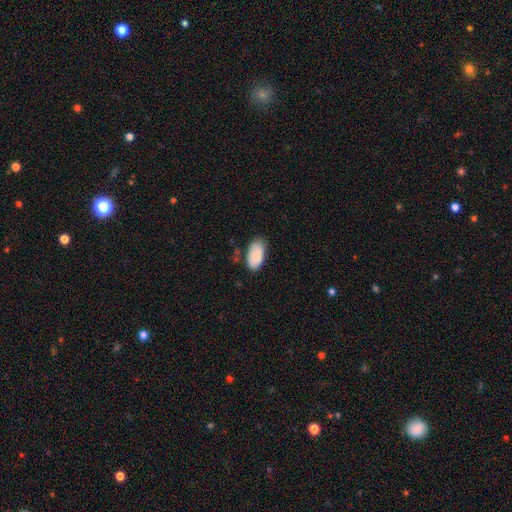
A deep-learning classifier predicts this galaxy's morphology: Q: Smooth or featured?
A: smooth (87%); runner-up: featured or disk (7%)
Q: How rounded?
A: in between (95%); runner-up: cigar-shaped (2%)
Q: Merging?
A: none (74%); runner-up: minor disturbance (20%)